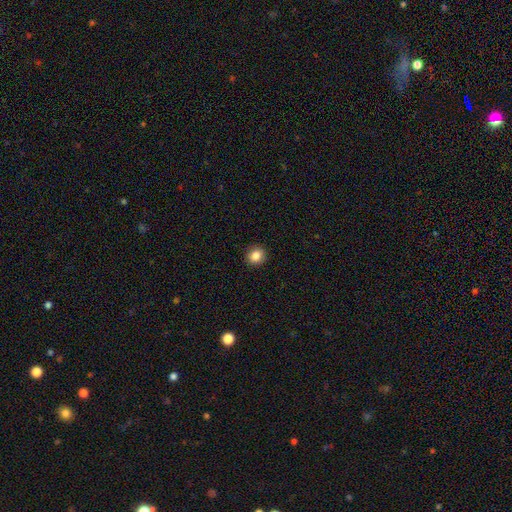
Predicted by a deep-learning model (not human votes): This is clearly a smooth galaxy (85%). How rounded: clearly round (85%). Merging: clearly none (92%).